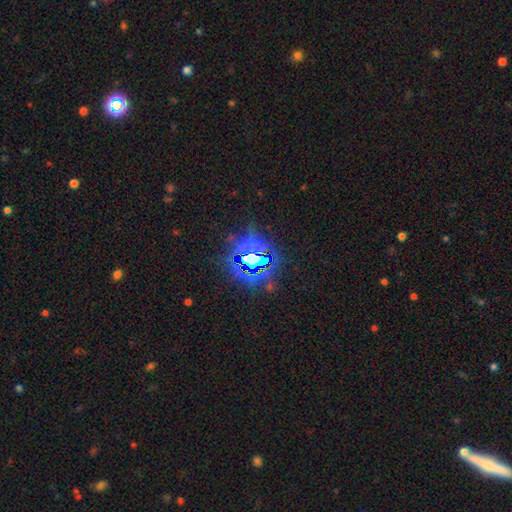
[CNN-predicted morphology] Smooth or featured? star or artifact (80%)